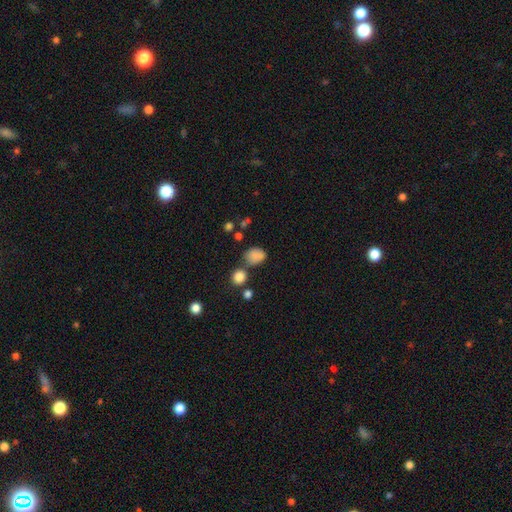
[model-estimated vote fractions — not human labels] A smooth galaxy with no disk features (81%) that is in between round and cigar-shaped (52%). Merging: none (57%).